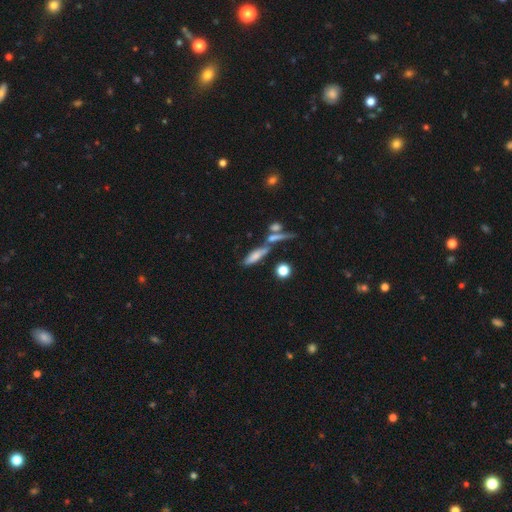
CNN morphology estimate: Smooth or featured: smooth — 64% (featured or disk — 24%)
How rounded: cigar-shaped — 56% (in between — 39%)
Merging: none — 47% (merger — 32%)